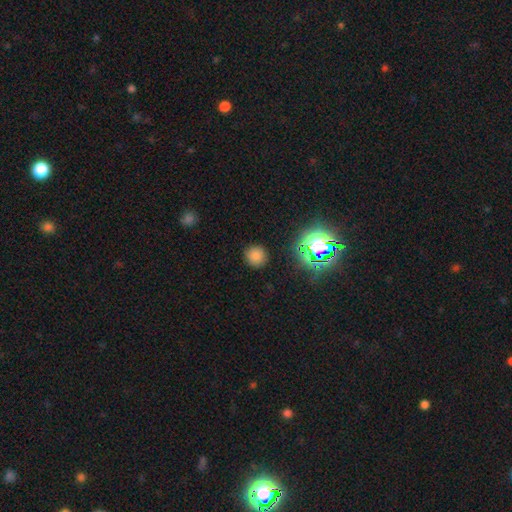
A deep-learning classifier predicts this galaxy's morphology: This is likely a smooth galaxy (74%). How rounded: clearly round (92%). Merging: clearly none (88%).